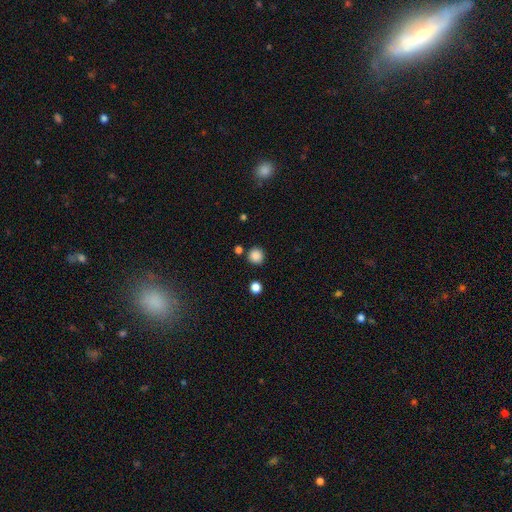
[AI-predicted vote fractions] This appears to be a smooth galaxy with no disk features (86%) that is round (93%). Merging: none (85%).